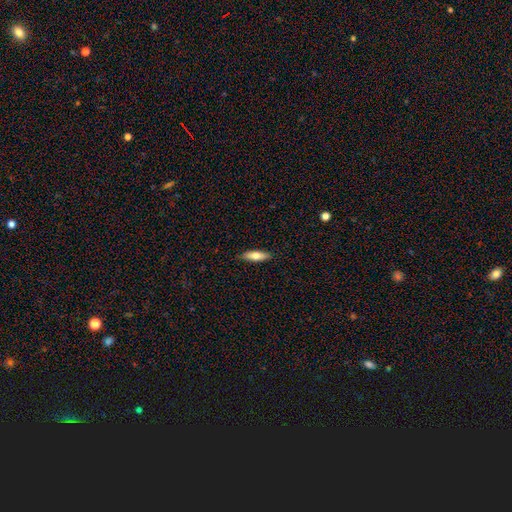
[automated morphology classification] Q: Smooth or featured?
A: smooth (72%); runner-up: featured or disk (22%)
Q: How rounded?
A: in between (49%); tied with: cigar-shaped (49%)
Q: Merging?
A: none (87%); runner-up: minor disturbance (10%)